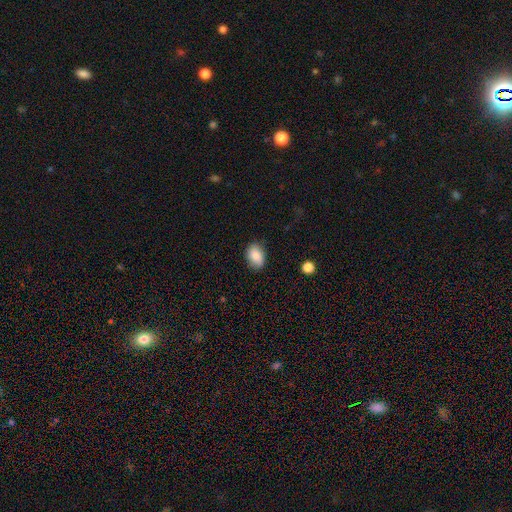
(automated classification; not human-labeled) Q: Smooth or featured?
A: smooth (84%); runner-up: star or artifact (8%)
Q: How rounded?
A: in between (82%); runner-up: round (17%)
Q: Merging?
A: none (81%); runner-up: minor disturbance (15%)